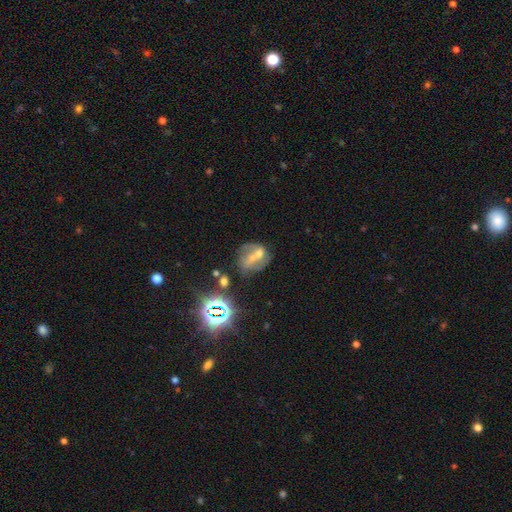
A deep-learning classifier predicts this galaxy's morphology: Smooth or featured?
  - featured or disk: 47% *
  - smooth: 34%
  - star or artifact: 19%
Merging?
  - merger: 43% *
  - none: 31%
  - minor disturbance: 14%
  - major disturbance: 12%